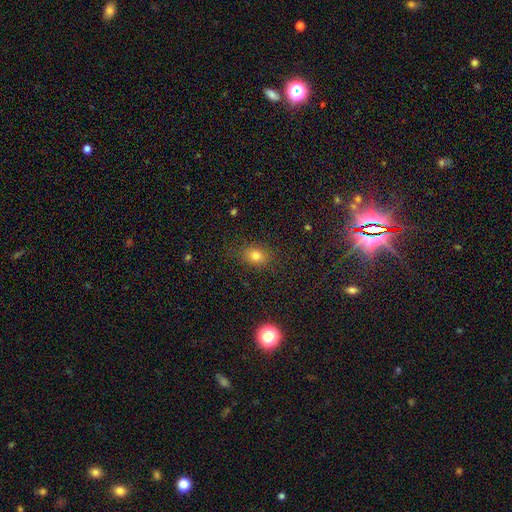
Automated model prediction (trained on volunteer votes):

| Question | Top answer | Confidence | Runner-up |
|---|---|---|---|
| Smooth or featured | smooth | 76% | star or artifact (16%) |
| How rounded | in between | 61% | round (37%) |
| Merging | none | 82% | minor disturbance (12%) |